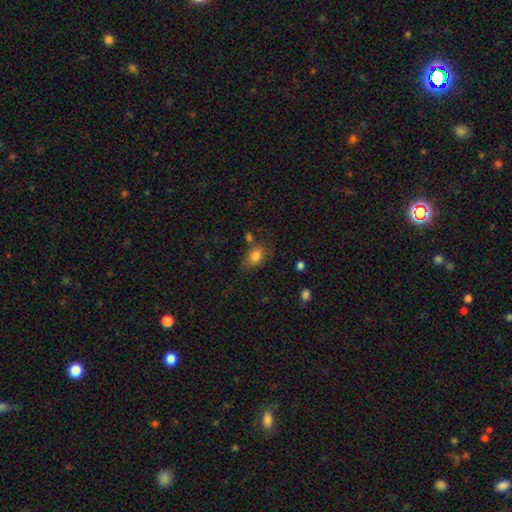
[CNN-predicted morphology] smooth 82%, star or artifact 10%, featured or disk 9%. Down the decision tree: how rounded — in between (77%); merging — none (65%).